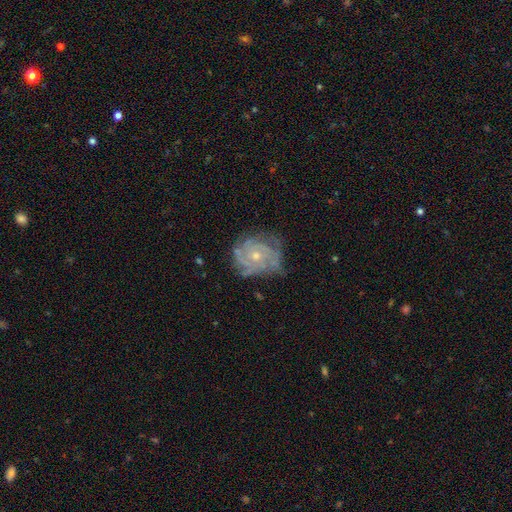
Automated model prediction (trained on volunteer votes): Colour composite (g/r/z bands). It shows a featured or disk galaxy (81%) with no bar (80%), tight (64%) spiral arms (91%) and a small central bulge (56%). Merging: none (64%).